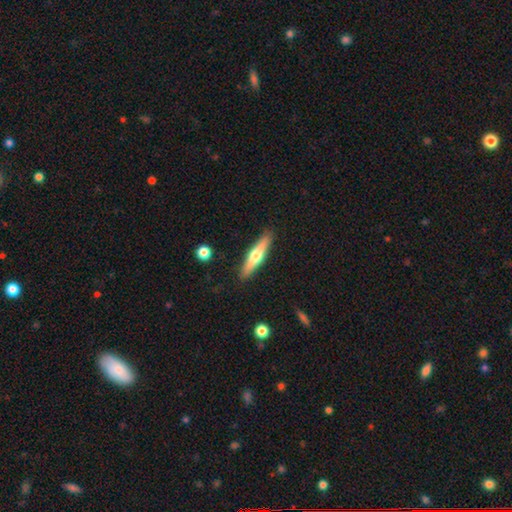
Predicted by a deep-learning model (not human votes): Smooth or featured? featured or disk (53%)
Edge-on disk? yes (94%)
Merging? none (90%)